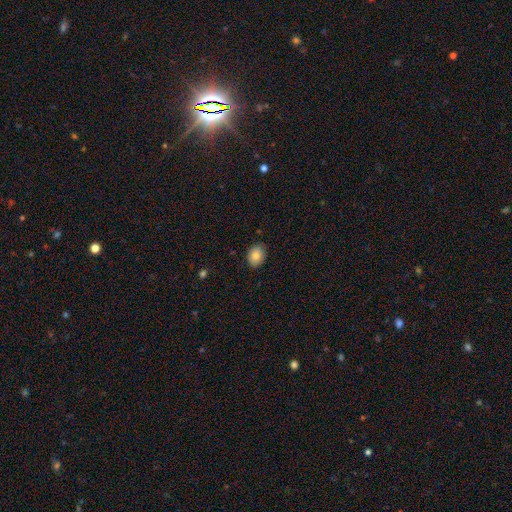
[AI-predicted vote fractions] Morphology: type=smooth (83%); roundness=in between (63%); merging=none (86%).